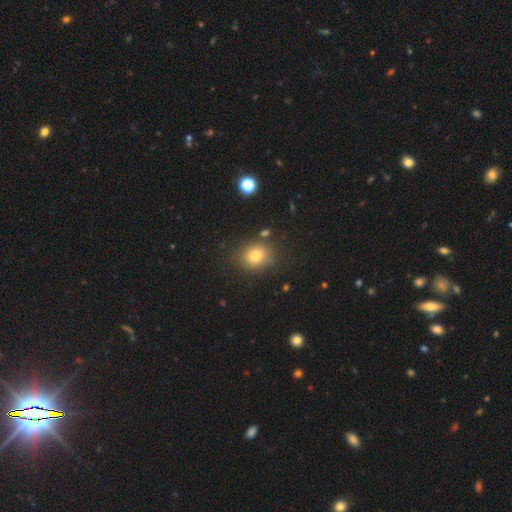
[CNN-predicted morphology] Smooth or featured? Predicted: smooth (p=0.76). How rounded? Predicted: round (p=0.66). Merging? Predicted: none (p=0.80).